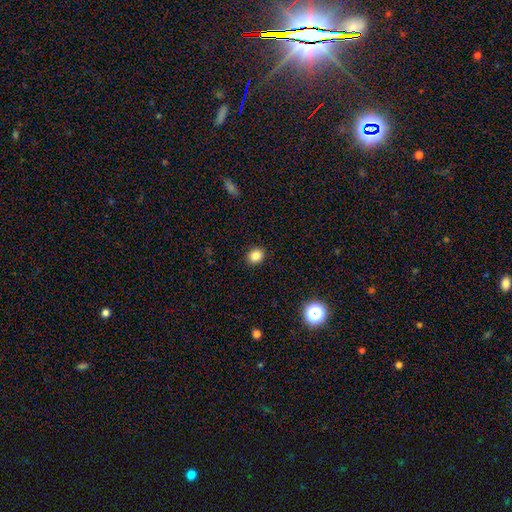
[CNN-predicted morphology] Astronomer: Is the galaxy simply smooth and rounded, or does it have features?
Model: smooth — 85%.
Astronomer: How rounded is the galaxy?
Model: round — 67%.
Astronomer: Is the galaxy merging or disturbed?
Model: none — 90%.